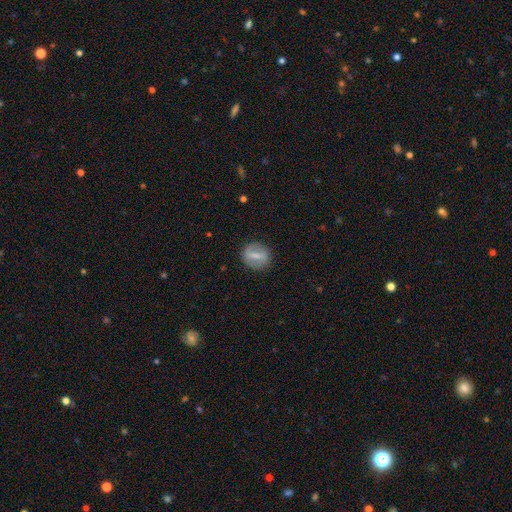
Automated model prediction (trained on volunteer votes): This appears to be a featured or disk galaxy (52%). Merging: none (85%).